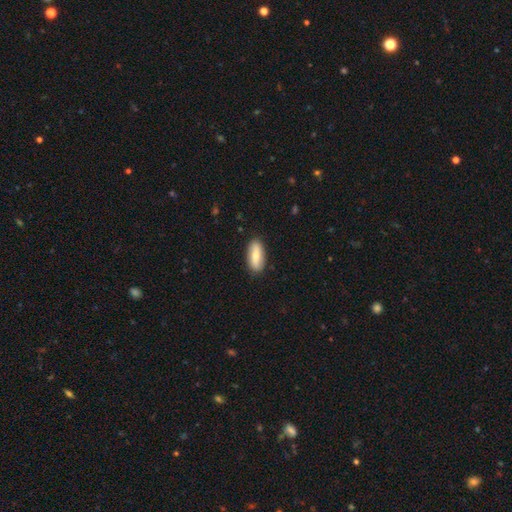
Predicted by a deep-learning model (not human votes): This appears to be a smooth galaxy with no disk features (68%) that is in between round and cigar-shaped (79%). Merging: none (88%).